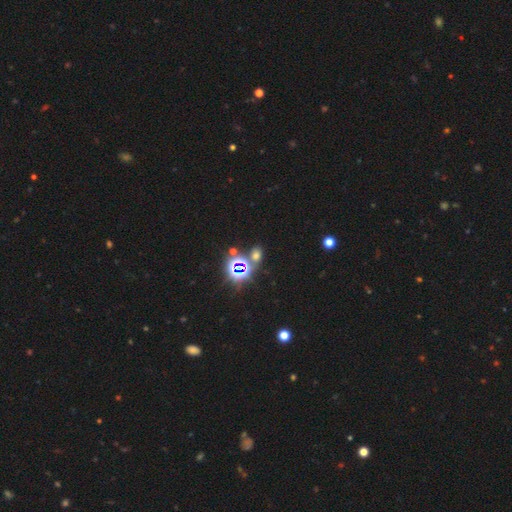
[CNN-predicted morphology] A star or artifact, not a galaxy (49%).

Vote fractions:
- Smooth or featured? star or artifact: 49% / smooth: 43% / featured or disk: 7%